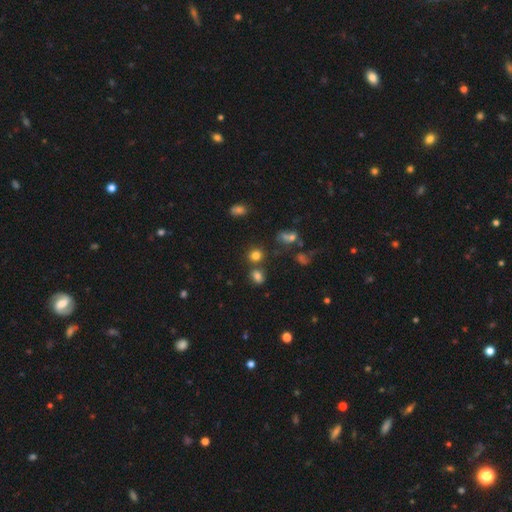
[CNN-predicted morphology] Overall: smooth (75%). How rounded: round (77%). Merging: none (67%).